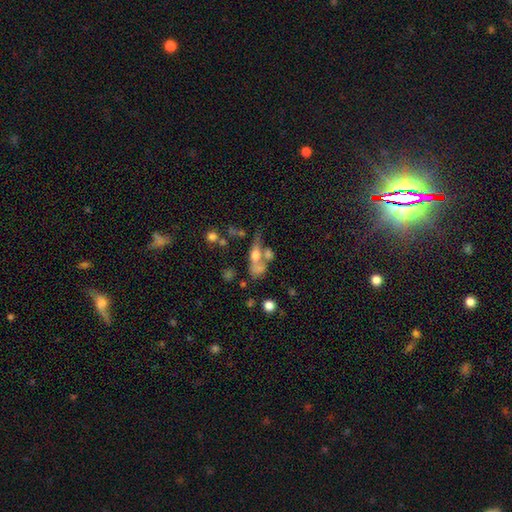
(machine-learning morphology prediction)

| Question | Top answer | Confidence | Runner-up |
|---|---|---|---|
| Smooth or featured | featured or disk | 42% | tied: smooth (42%) |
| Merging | merger | 44% | none (28%) |